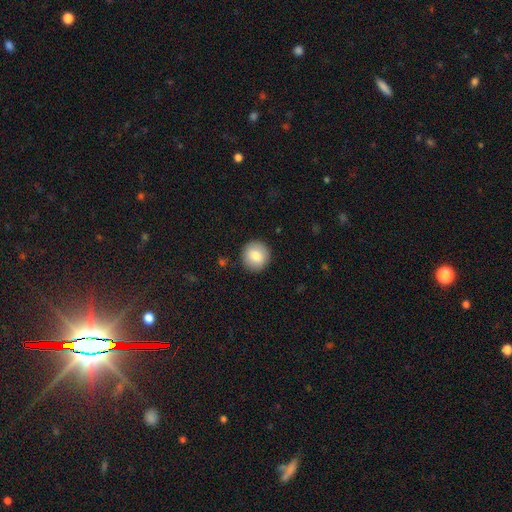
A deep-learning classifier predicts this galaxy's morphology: A smooth galaxy with no disk features (81%) that is round (93%). Merging: none (91%).